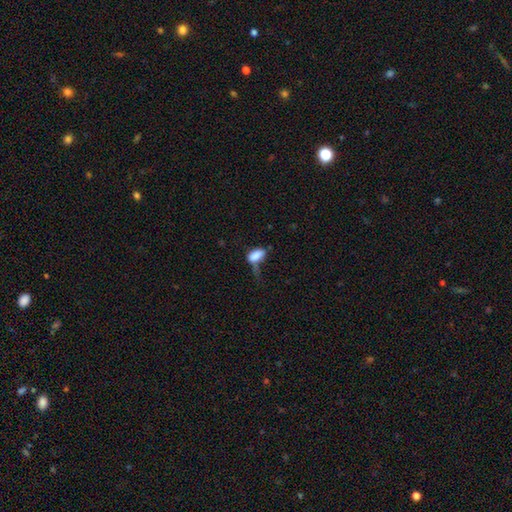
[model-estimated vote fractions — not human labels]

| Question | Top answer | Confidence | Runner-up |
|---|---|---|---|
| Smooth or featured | smooth | 82% | featured or disk (9%) |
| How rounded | in between | 91% | round (5%) |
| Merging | major disturbance | 30% | tied: none (30%) |